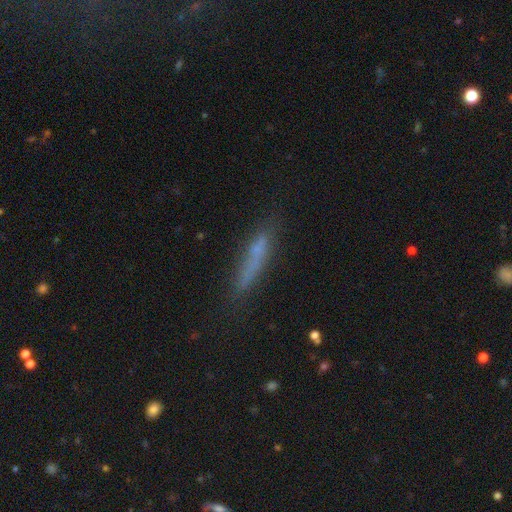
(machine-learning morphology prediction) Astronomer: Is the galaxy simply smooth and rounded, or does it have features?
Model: smooth — 63%.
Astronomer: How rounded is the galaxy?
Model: cigar-shaped — 87%.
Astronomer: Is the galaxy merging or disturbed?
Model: none — 68%.